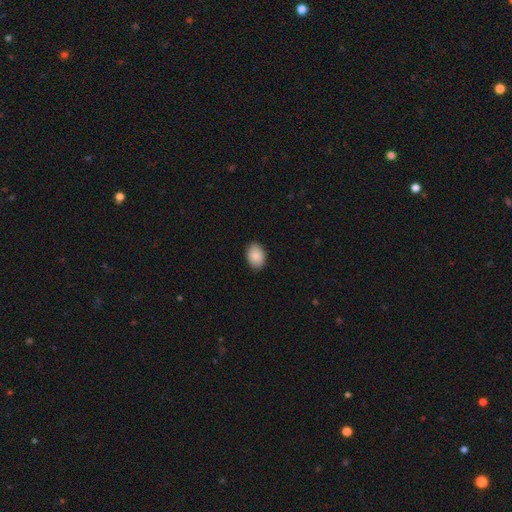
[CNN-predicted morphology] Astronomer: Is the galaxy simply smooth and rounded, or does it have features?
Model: smooth — 90%.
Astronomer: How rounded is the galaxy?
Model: in between — 82%.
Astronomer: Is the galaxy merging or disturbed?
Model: none — 90%.